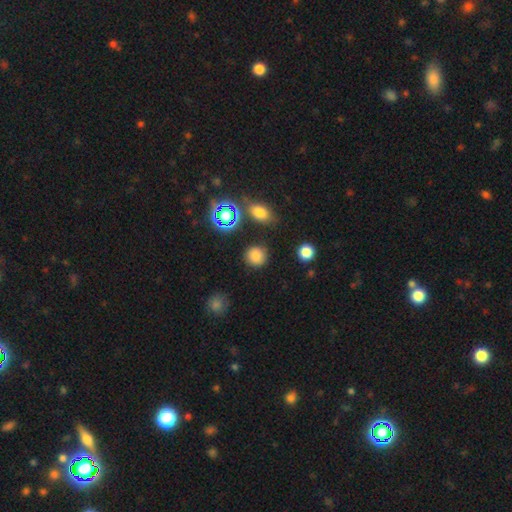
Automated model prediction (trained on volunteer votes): Q: Smooth or featured?
A: smooth (78%); runner-up: star or artifact (16%)
Q: How rounded?
A: round (88%); runner-up: in between (10%)
Q: Merging?
A: none (85%); runner-up: minor disturbance (10%)